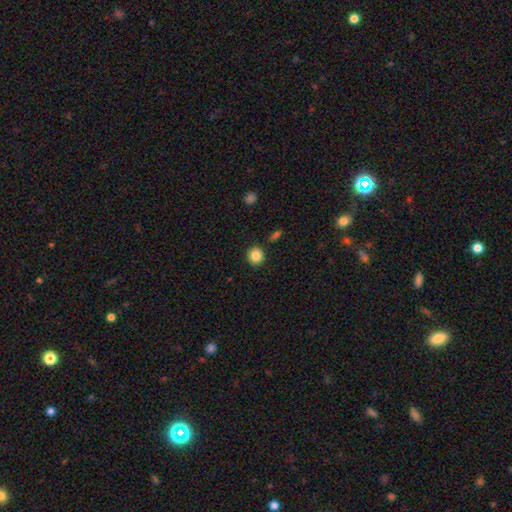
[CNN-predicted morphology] smooth_or_featured: smooth (p=0.84) [alt: star or artifact p=0.10]
how_rounded: round (p=0.86) [alt: in between p=0.13]
merging: none (p=0.89) [alt: minor disturbance p=0.07]